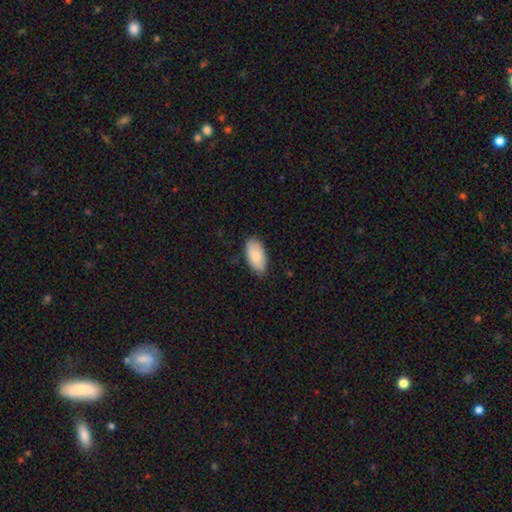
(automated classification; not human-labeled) This is clearly a smooth galaxy (82%). How rounded: clearly in between (94%). Merging: clearly none (80%).